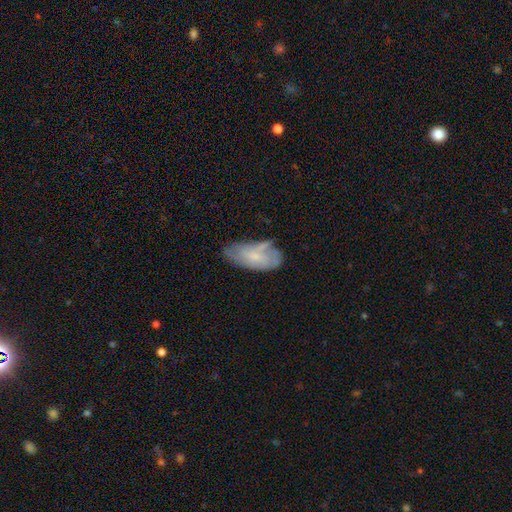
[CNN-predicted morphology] type=smooth (49%); merging=none (46%).